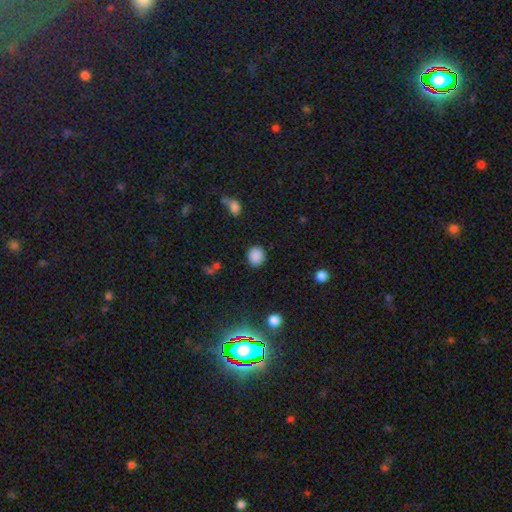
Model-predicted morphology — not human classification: Smooth or featured: smooth — 86% (star or artifact — 10%)
How rounded: round — 74% (in between — 25%)
Merging: none — 87% (minor disturbance — 8%)